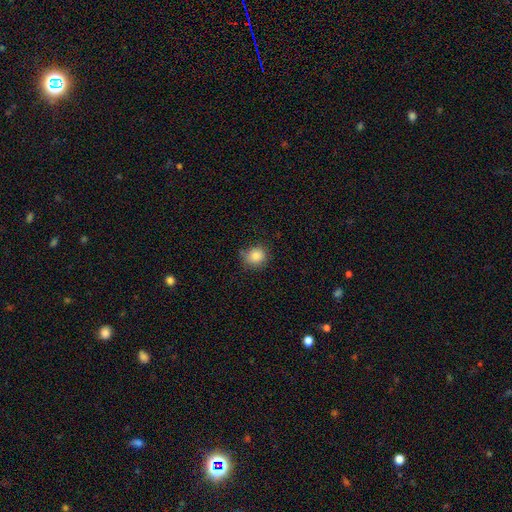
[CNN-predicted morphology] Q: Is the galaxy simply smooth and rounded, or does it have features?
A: smooth — 85%.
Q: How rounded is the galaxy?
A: round — 77%.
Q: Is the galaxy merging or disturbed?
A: none — 76%.